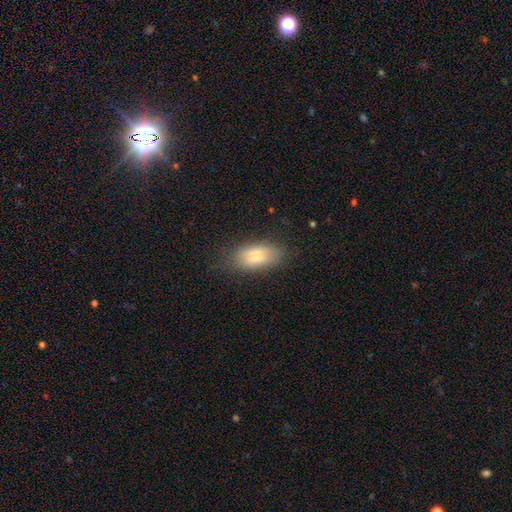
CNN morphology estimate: This appears to be a smooth galaxy with no disk features (77%) that is in between round and cigar-shaped (86%). Merging: none (74%).